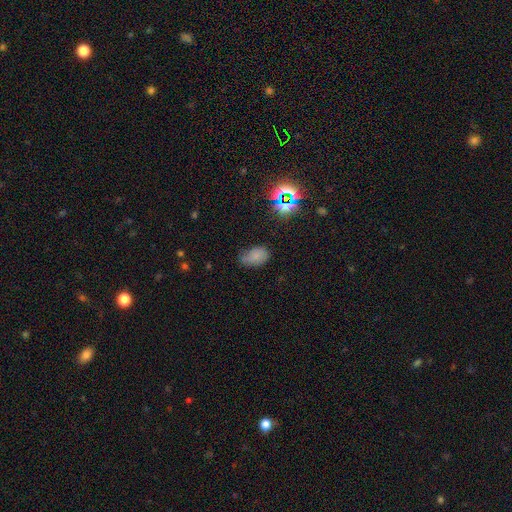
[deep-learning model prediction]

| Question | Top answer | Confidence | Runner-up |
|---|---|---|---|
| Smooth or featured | smooth | 68% | star or artifact (18%) |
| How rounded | in between | 87% | round (11%) |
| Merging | none | 51% | minor disturbance (35%) |